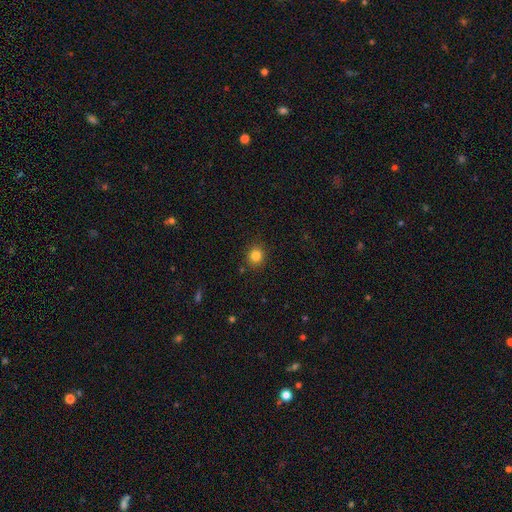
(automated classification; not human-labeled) Overall: smooth (83%). How rounded: round (81%). Merging: none (87%).